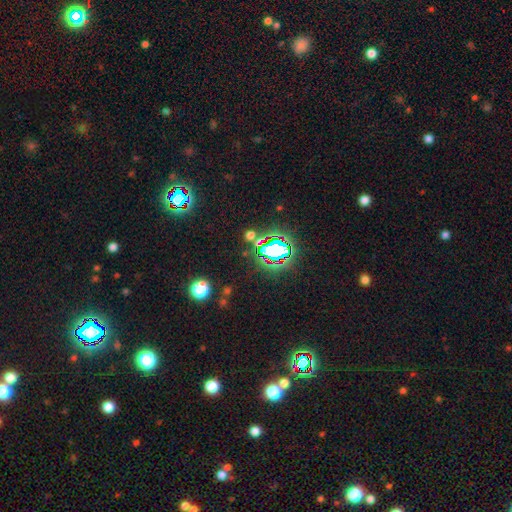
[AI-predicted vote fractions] Smooth or featured: star or artifact — 81% (smooth — 11%)